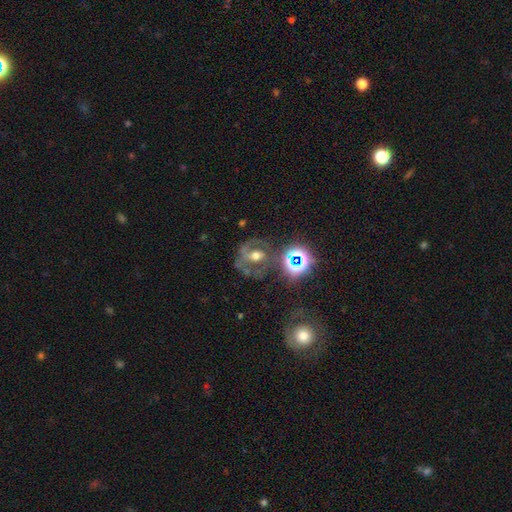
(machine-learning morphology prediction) Overall: featured or disk (57%; star or artifact 22%). Edge-on disk: no (95%). Bar: no (44%; weak 32%). Spiral arms: yes (65%; no 35%). Bulge size: moderate (64%). Merging: none (51%; major disturbance 22%).